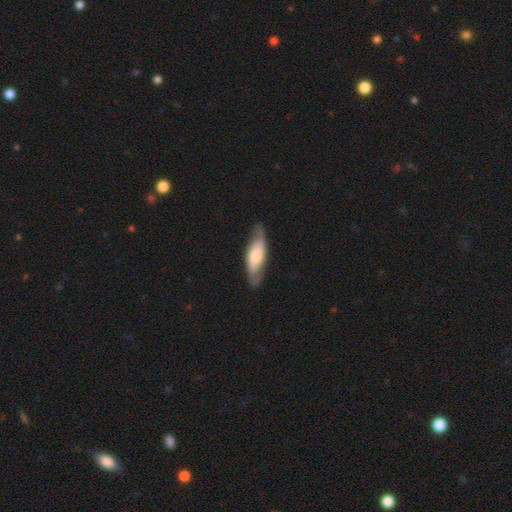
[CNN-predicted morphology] A featured or disk galaxy (48%).

Vote fractions:
- Smooth or featured? featured or disk: 48% / smooth: 47% / star or artifact: 5%
- Merging? none: 80% / minor disturbance: 15% / major disturbance: 4% / merger: 1%